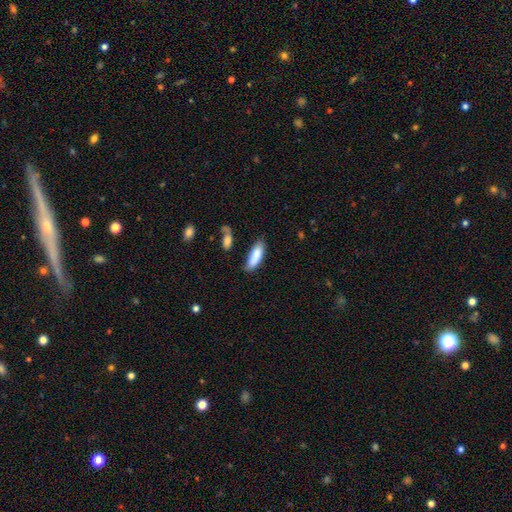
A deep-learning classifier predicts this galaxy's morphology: Smooth or featured? Predicted: smooth (p=0.85). How rounded? Predicted: in between (p=0.62). Merging? Predicted: none (p=0.68).